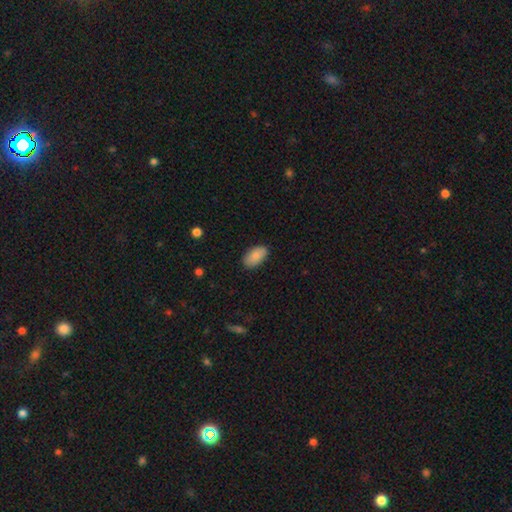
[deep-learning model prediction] A smooth galaxy with no disk features (85%) that is in between round and cigar-shaped (94%). Merging: none (86%).